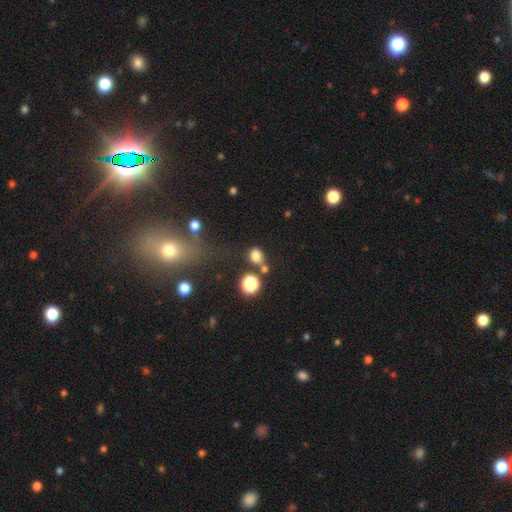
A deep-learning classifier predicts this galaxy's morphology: smooth 77%, star or artifact 16%, featured or disk 7%. Down the decision tree: how rounded — round (67%); merging — none (64%).